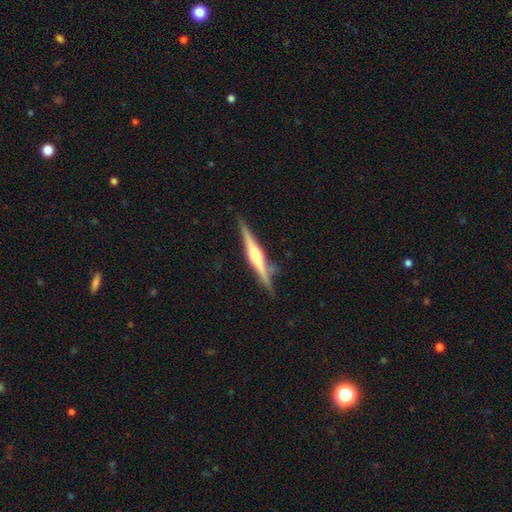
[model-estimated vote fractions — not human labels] featured or disk 75%, smooth 20%, star or artifact 5%. Down the decision tree: edge-on disk — yes (98%); edge-on bulge — rounded (82%); merging — none (83%).